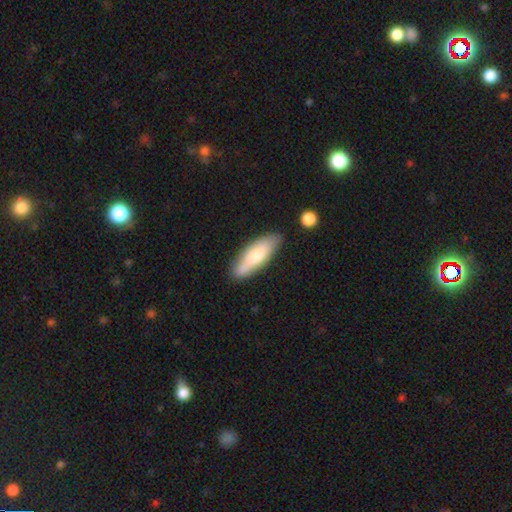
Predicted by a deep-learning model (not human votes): Morphology: type=smooth (67%); roundness=in between (57%); merging=none (74%).